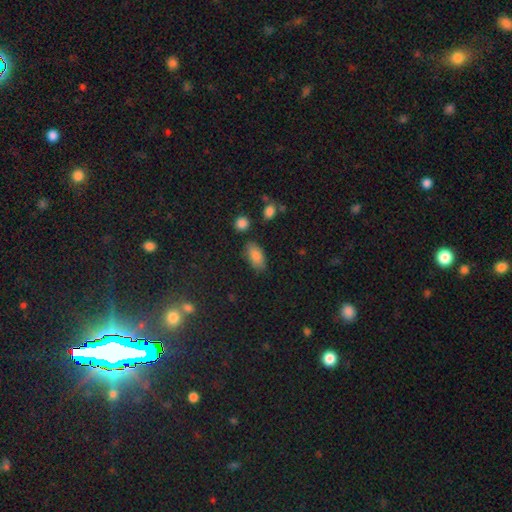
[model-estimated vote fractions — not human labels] smooth_or_featured: smooth (p=0.84) [alt: star or artifact p=0.09]
how_rounded: in between (p=0.92) [alt: cigar-shaped p=0.05]
merging: none (p=0.78) [alt: minor disturbance p=0.15]